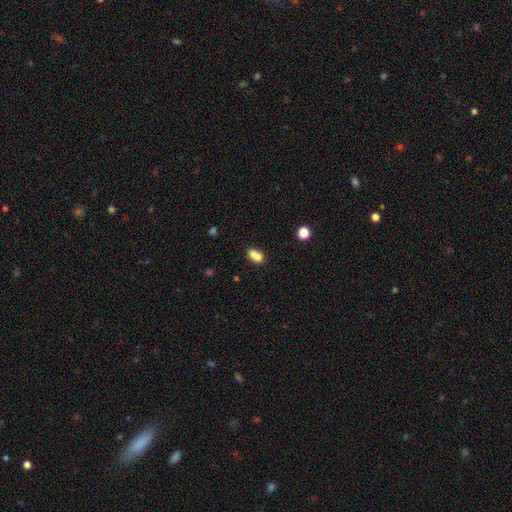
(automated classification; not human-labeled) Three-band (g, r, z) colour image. It shows a smooth galaxy with no disk features (73%) that is in between round and cigar-shaped (60%). Merging: merger (60%).